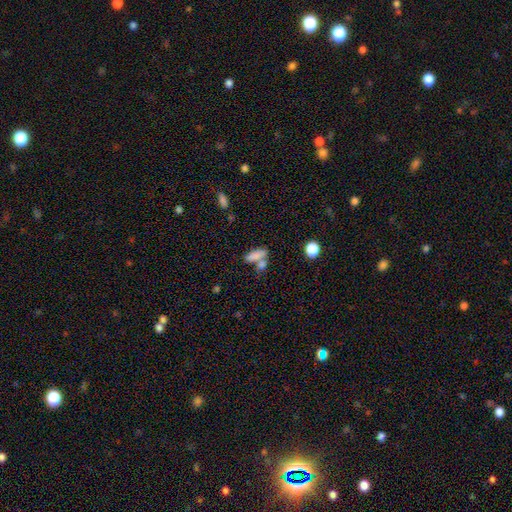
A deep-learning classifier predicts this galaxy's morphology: Smooth or featured? Predicted: smooth (p=0.80). How rounded? Predicted: in between (p=0.65). Merging? Predicted: merger (p=0.45).